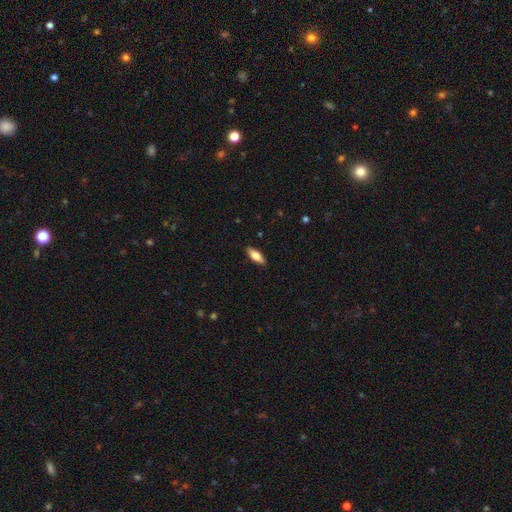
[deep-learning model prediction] The model was most divided on "smooth or featured": smooth: 68%, featured or disk: 26%, star or artifact: 6%. More confident: merging — none (89%); how rounded — in between (70%).